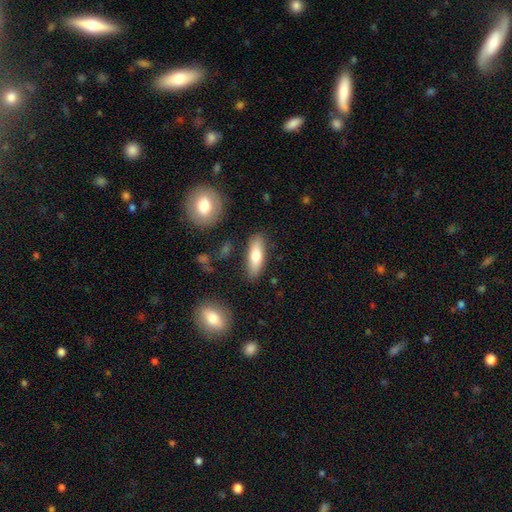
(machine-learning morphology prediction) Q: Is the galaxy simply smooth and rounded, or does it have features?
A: smooth — 73%.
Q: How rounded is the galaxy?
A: in between — 54%.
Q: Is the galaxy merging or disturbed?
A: none — 84%.